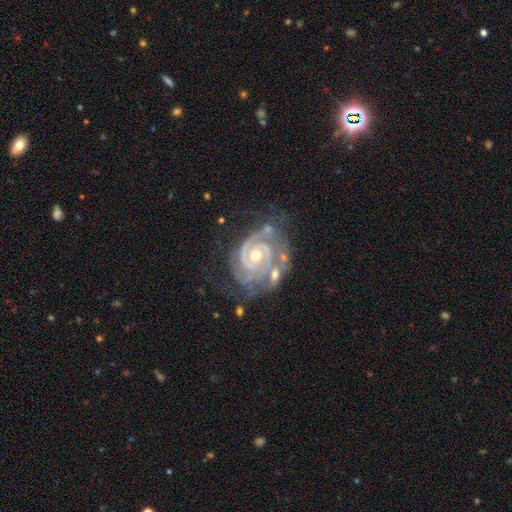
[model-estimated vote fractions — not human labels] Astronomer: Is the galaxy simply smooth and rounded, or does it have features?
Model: featured or disk — 92%.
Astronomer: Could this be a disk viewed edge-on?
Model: no — 98%.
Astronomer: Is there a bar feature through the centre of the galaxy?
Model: no — 58%.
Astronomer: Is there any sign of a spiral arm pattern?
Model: yes — 98%.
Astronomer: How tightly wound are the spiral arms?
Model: tight — 77%.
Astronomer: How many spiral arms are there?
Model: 2 — 67%.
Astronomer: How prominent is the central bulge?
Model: moderate — 52% (runner-up: small, 43%).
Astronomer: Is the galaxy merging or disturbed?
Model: none — 61%.